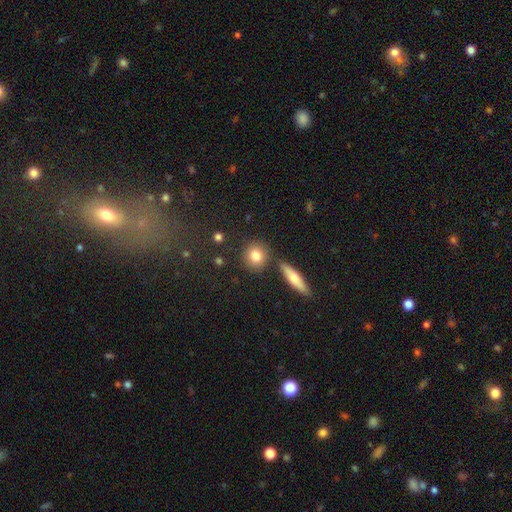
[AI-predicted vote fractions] This is likely a smooth galaxy (80%). How rounded: clearly round (86%). Merging: clearly none (82%).